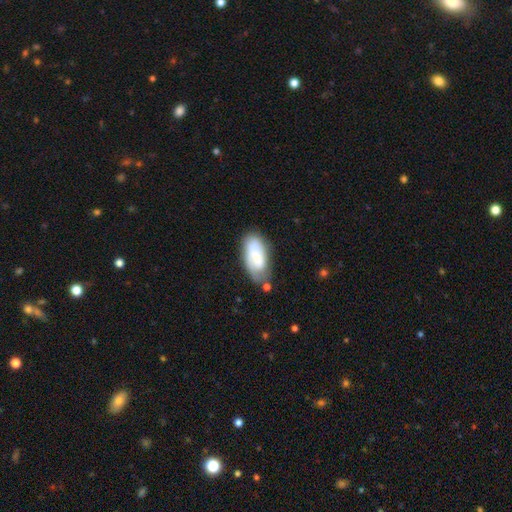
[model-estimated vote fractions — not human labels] Smooth or featured?
  - smooth: 64% *
  - featured or disk: 29%
  - star or artifact: 7%
How rounded?
  - in between: 85% *
  - cigar-shaped: 13%
  - round: 2%
Merging?
  - none: 53% *
  - minor disturbance: 29%
  - major disturbance: 11%
  - merger: 7%